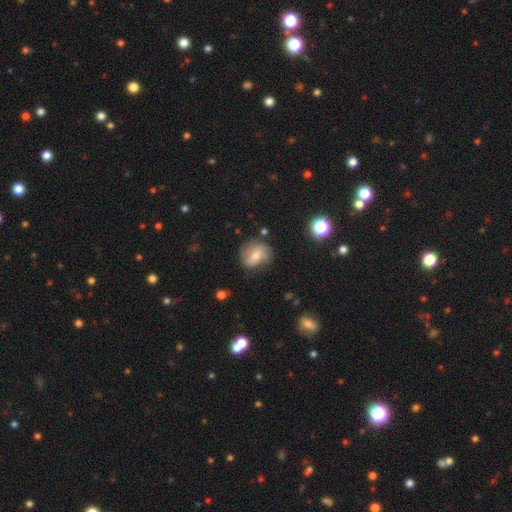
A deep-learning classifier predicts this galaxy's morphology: Smooth or featured?
  - smooth: 47% *
  - featured or disk: 43%
  - star or artifact: 10%
Merging?
  - none: 66% *
  - minor disturbance: 23%
  - major disturbance: 9%
  - merger: 2%